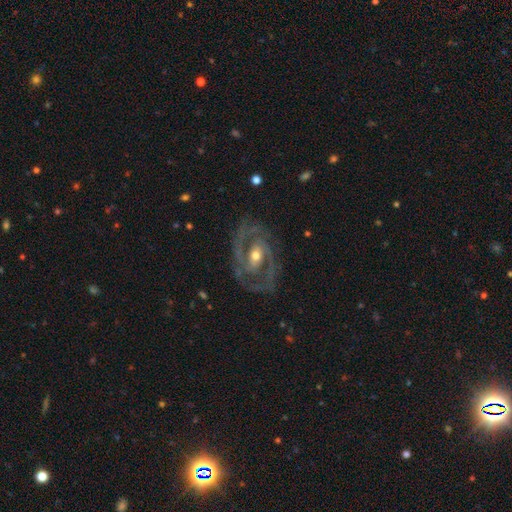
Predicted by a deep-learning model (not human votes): Smooth or featured? featured or disk (89%)
Edge-on disk? no (97%)
Bar? weak (40%)
Spiral arms? yes (93%)
Spiral winding? medium (48%)
Spiral arm count? 2 (79%)
Bulge size? moderate (67%)
Merging? none (76%)